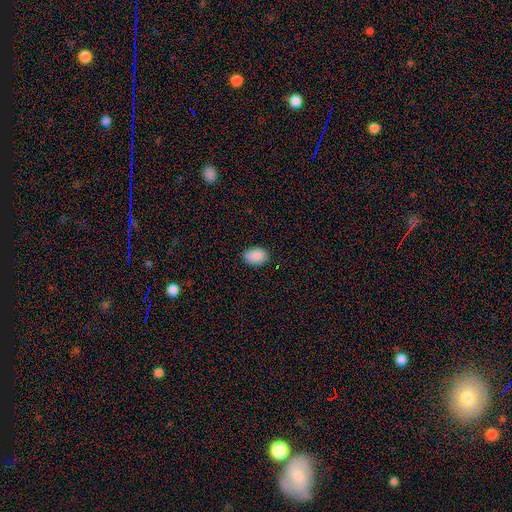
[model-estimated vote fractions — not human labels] A smooth galaxy with no disk features (88%) that is in between round and cigar-shaped (80%). Merging: none (80%).